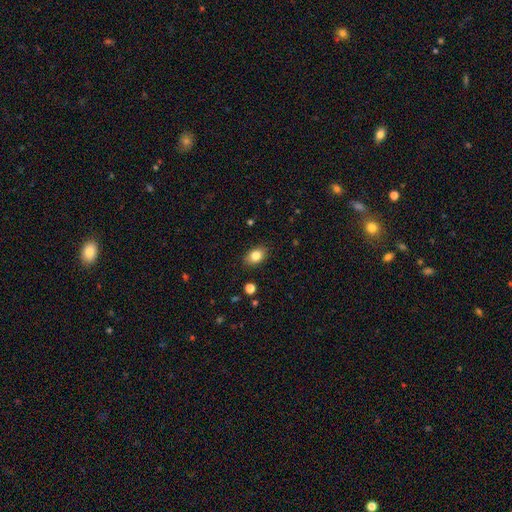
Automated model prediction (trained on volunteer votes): Morphology: type=smooth (83%); roundness=in between (81%); merging=none (86%).